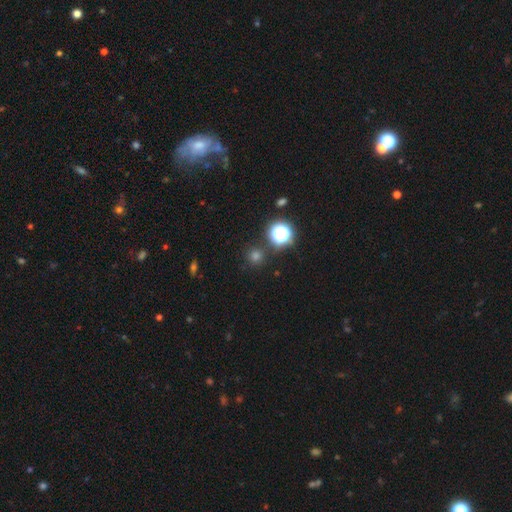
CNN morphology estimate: smooth 63%, star or artifact 31%, featured or disk 6%. Down the decision tree: how rounded — round (94%); merging — none (87%).